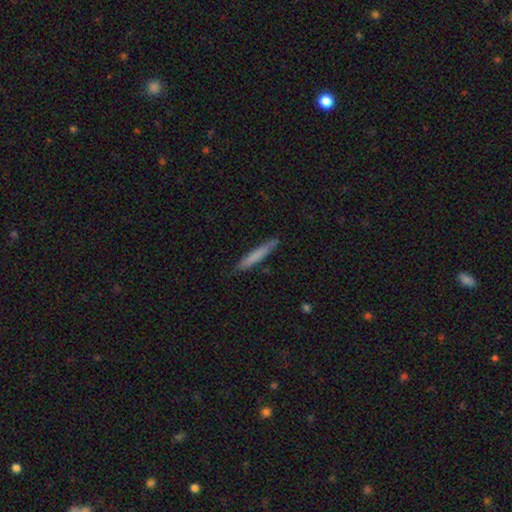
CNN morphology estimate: Smooth or featured? Predicted: smooth (p=0.74). How rounded? Predicted: cigar-shaped (p=0.95). Merging? Predicted: none (p=0.86).